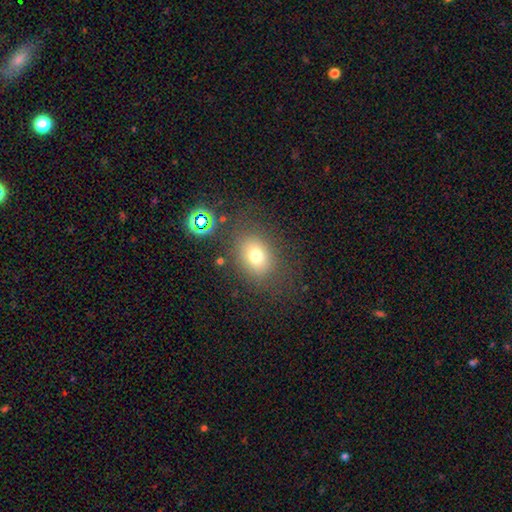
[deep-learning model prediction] Smooth or featured? smooth (73%)
How rounded? in between (60%)
Merging? none (74%)